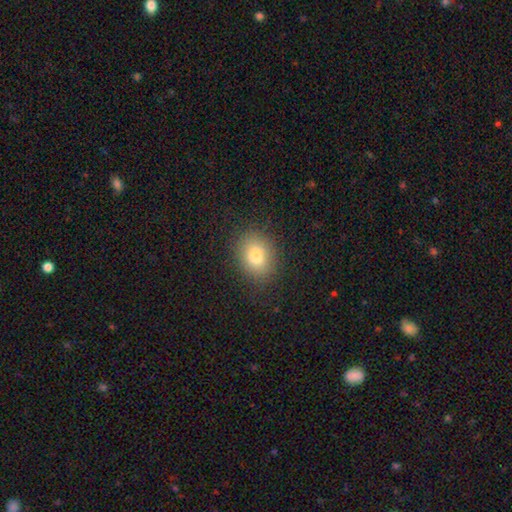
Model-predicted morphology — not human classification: Smooth or featured? smooth (79%)
How rounded? in between (57%)
Merging? none (87%)